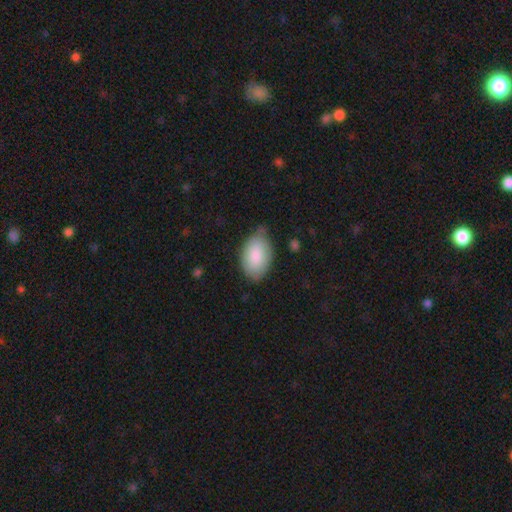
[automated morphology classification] Overall: smooth (87%). How rounded: in between (94%). Merging: none (66%; minor disturbance 26%).